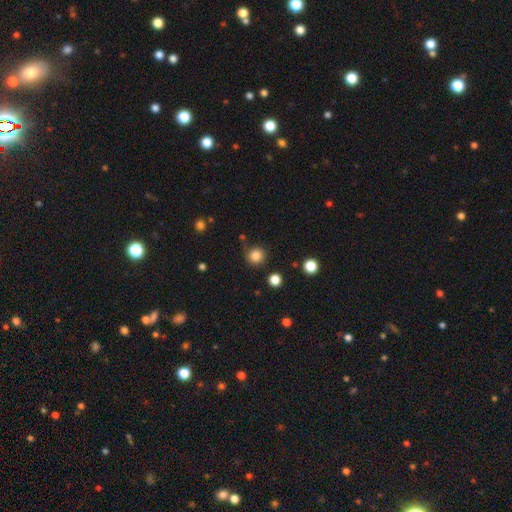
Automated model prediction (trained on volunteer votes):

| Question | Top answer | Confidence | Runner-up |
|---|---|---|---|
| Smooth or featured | smooth | 84% | star or artifact (12%) |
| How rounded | round | 93% | in between (6%) |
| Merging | none | 83% | minor disturbance (10%) |